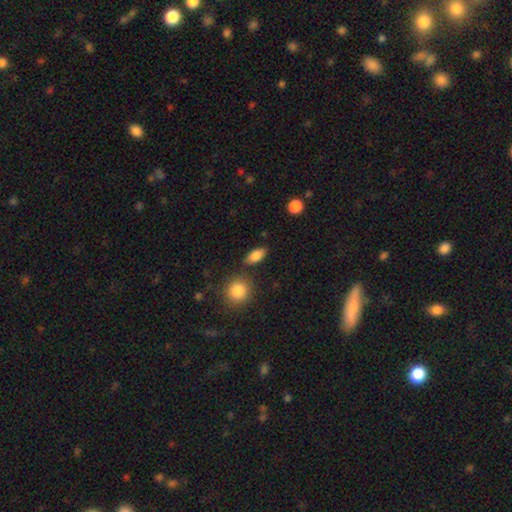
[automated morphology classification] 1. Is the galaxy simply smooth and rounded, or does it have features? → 84% smooth, 8% featured or disk, 8% star or artifact.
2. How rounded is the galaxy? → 85% in between, 8% cigar-shaped, 7% round.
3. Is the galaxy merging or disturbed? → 79% none, 12% minor disturbance, 6% merger, 3% major disturbance.